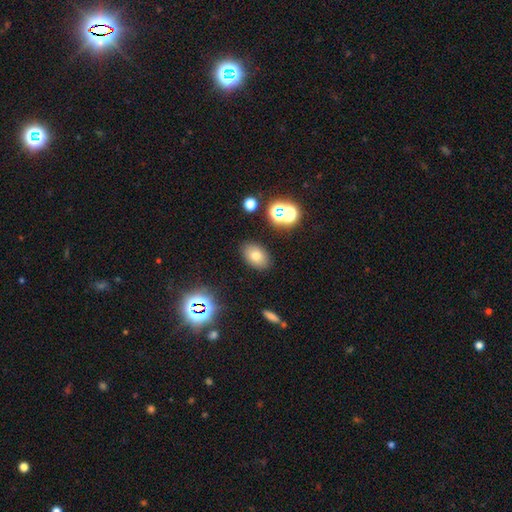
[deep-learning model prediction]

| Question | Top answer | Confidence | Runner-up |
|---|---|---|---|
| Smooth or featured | smooth | 71% | star or artifact (16%) |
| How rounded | in between | 82% | round (17%) |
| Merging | none | 86% | minor disturbance (9%) |